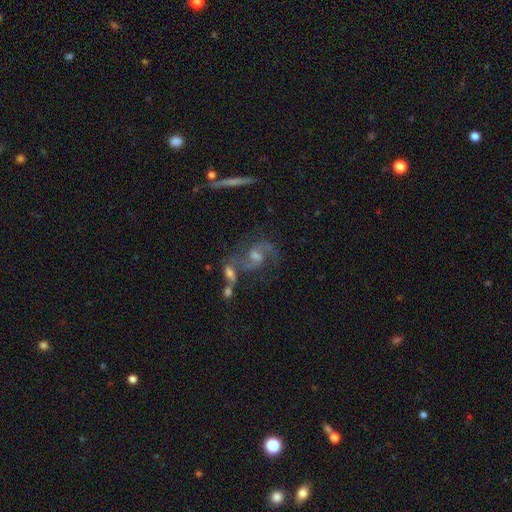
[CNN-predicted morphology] Q: Smooth or featured?
A: featured or disk (79%); runner-up: smooth (11%)
Q: Edge-on disk?
A: no (95%); runner-up: yes (5%)
Q: Bar?
A: weak (49%); runner-up: no (39%)
Q: Spiral arms?
A: yes (92%); runner-up: no (8%)
Q: Spiral winding?
A: medium (49%); runner-up: loose (40%)
Q: Spiral arm count?
A: 2 (87%); runner-up: can't tell (5%)
Q: Bulge size?
A: moderate (47%); runner-up: small (34%)
Q: Merging?
A: none (46%); runner-up: merger (26%)